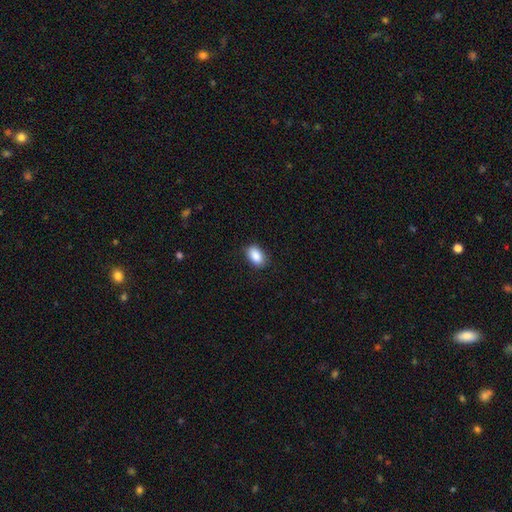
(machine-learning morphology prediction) Smooth or featured? Predicted: smooth (p=0.89). How rounded? Predicted: in between (p=0.91). Merging? Predicted: none (p=0.86).